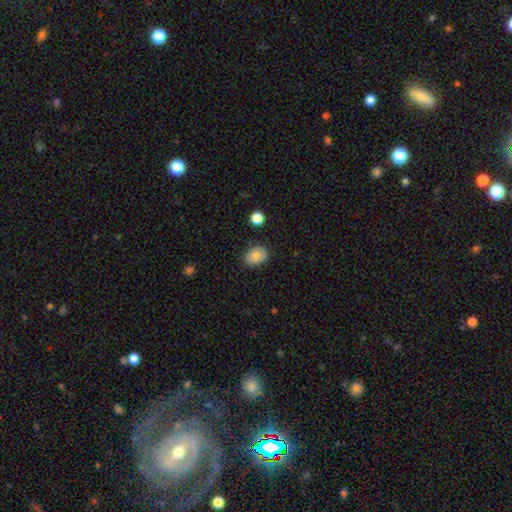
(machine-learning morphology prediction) Smooth or featured?
  - smooth: 83% *
  - star or artifact: 9%
  - featured or disk: 8%
How rounded?
  - in between: 72% *
  - round: 27%
  - cigar-shaped: 1%
Merging?
  - none: 81% *
  - minor disturbance: 14%
  - major disturbance: 3%
  - merger: 2%